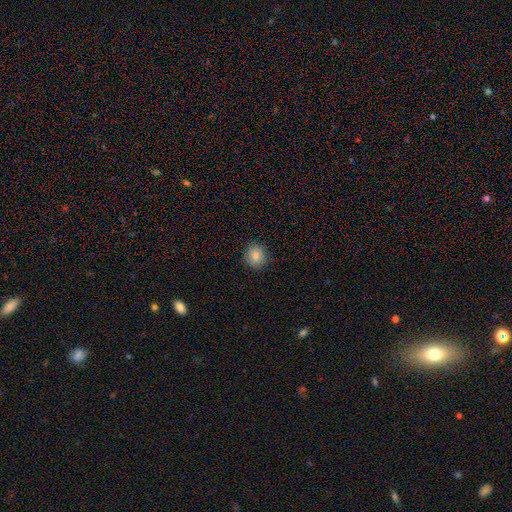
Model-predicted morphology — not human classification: Smooth or featured?
  - smooth: 84% *
  - star or artifact: 9%
  - featured or disk: 6%
How rounded?
  - round: 86% *
  - in between: 13%
  - cigar-shaped: 1%
Merging?
  - none: 88% *
  - minor disturbance: 9%
  - major disturbance: 2%
  - merger: 1%